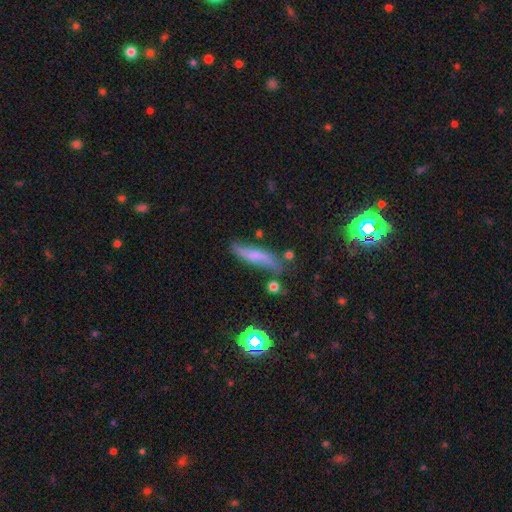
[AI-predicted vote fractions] featured or disk 47%, smooth 43%, star or artifact 11%. Down the decision tree: merging — none (62%).